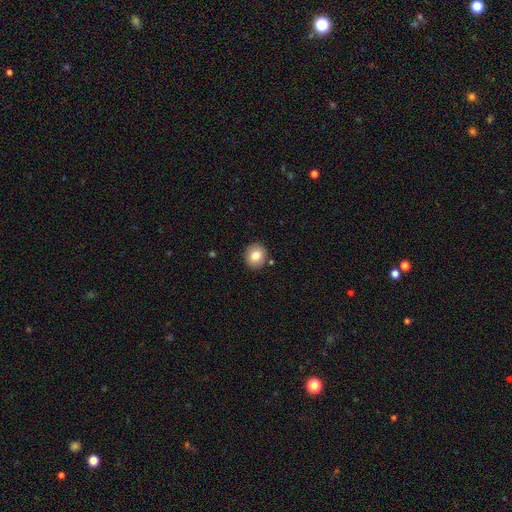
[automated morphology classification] Smooth or featured?
  - smooth: 81% *
  - featured or disk: 10%
  - star or artifact: 9%
How rounded?
  - round: 81% *
  - in between: 18%
  - cigar-shaped: 1%
Merging?
  - none: 88% *
  - minor disturbance: 8%
  - merger: 3%
  - major disturbance: 2%